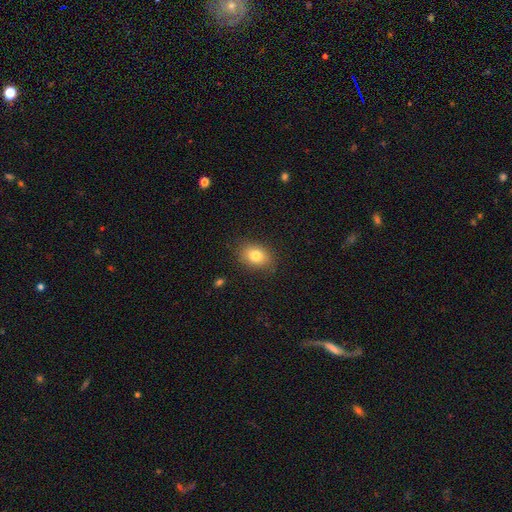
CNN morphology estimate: Smooth or featured? Predicted: smooth (p=0.80). How rounded? Predicted: in between (p=0.70). Merging? Predicted: none (p=0.84).